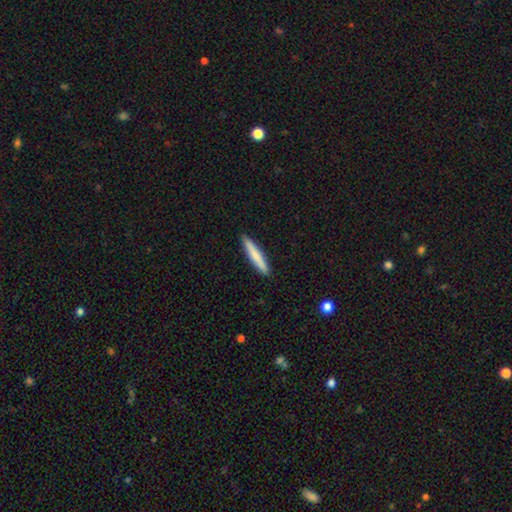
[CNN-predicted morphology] Overall: smooth (76%). How rounded: cigar-shaped (94%). Merging: none (91%).